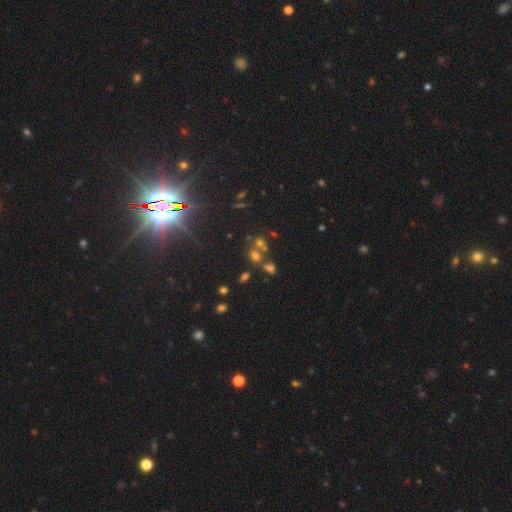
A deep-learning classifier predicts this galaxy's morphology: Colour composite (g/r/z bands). It shows a star or artifact, not a galaxy (44%).